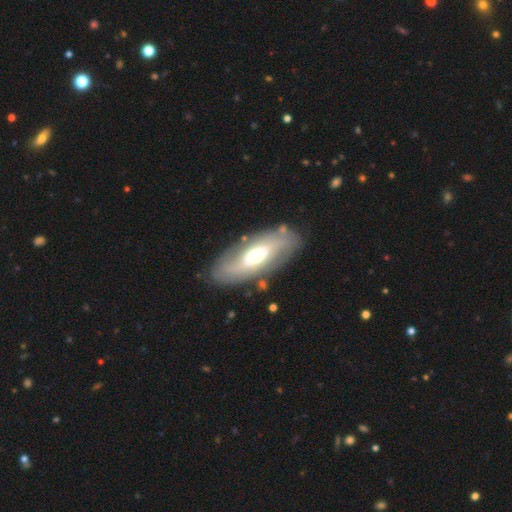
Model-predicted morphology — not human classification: smooth-or-featured: featured or disk: 65% | smooth: 29% | star or artifact: 6%
  disk-edge-on: no: 86% | yes: 14%
    bar: no: 48% | weak: 35% | strong: 17%
    has-spiral-arms: yes: 72% | no: 28%
    bulge-size: moderate: 62% | small: 23% | large: 12% | dominant: 1% | none: 1%
  merging: none: 79% | minor disturbance: 14% | major disturbance: 5% | merger: 3%